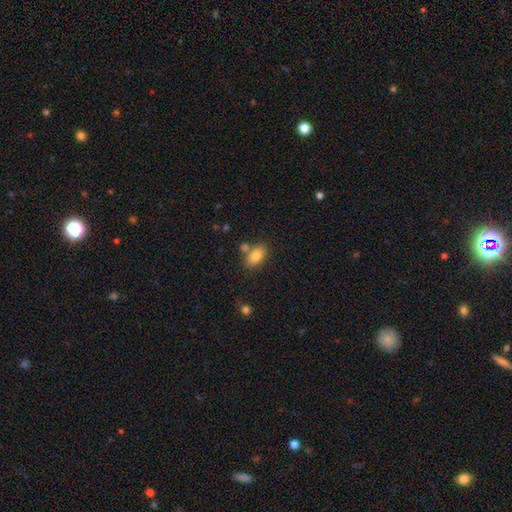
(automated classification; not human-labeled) Q: Smooth or featured?
A: smooth (81%); runner-up: featured or disk (10%)
Q: How rounded?
A: in between (89%); runner-up: round (8%)
Q: Merging?
A: none (66%); runner-up: merger (18%)